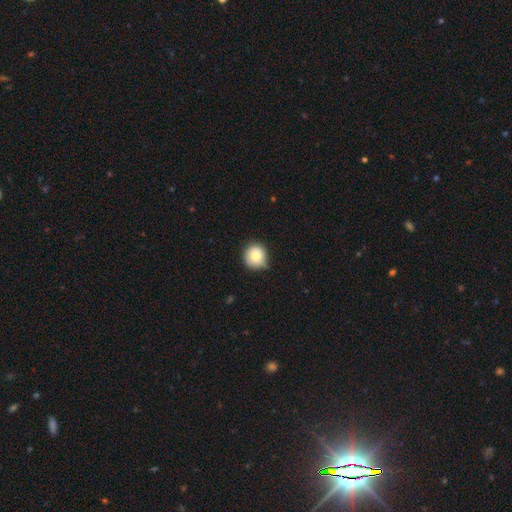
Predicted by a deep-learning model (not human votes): This is clearly a smooth galaxy (81%). How rounded: clearly round (93%). Merging: likely none (71%).